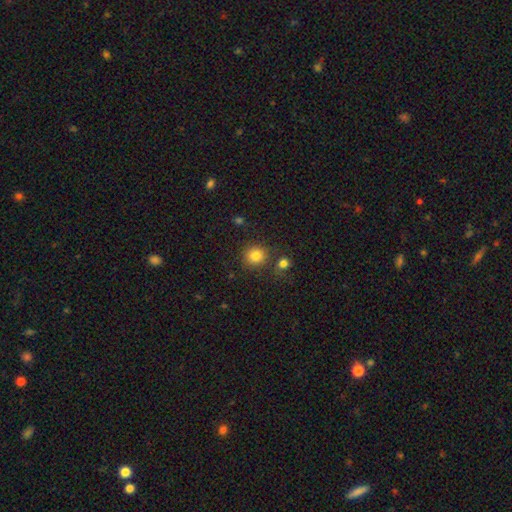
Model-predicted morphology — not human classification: Q: Smooth or featured?
A: smooth (83%); runner-up: star or artifact (12%)
Q: How rounded?
A: round (89%); runner-up: in between (10%)
Q: Merging?
A: none (79%); runner-up: merger (9%)